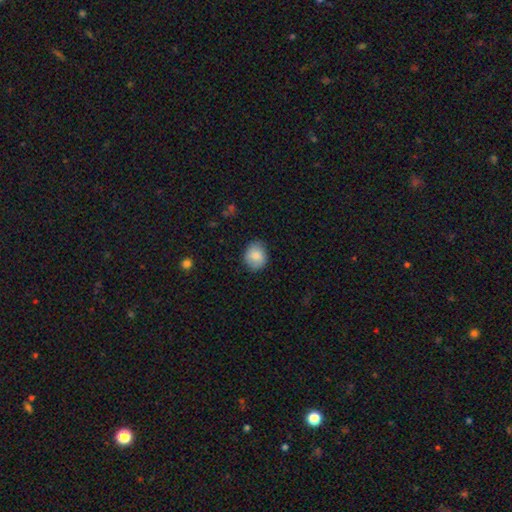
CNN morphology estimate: This is clearly a smooth galaxy (85%). How rounded: possibly round (60%). Merging: clearly none (81%).